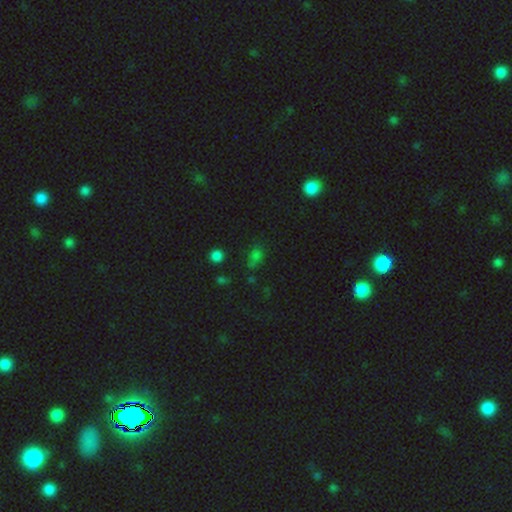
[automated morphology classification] Smooth or featured? smooth (57%)
How rounded? in between (61%)
Merging? none (57%)